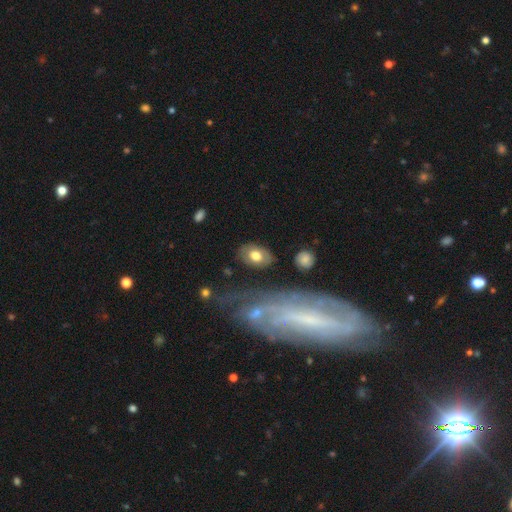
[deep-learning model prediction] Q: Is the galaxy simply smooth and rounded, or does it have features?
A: smooth — 67%.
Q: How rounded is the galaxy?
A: in between — 84%.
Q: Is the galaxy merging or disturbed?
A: none — 80%.